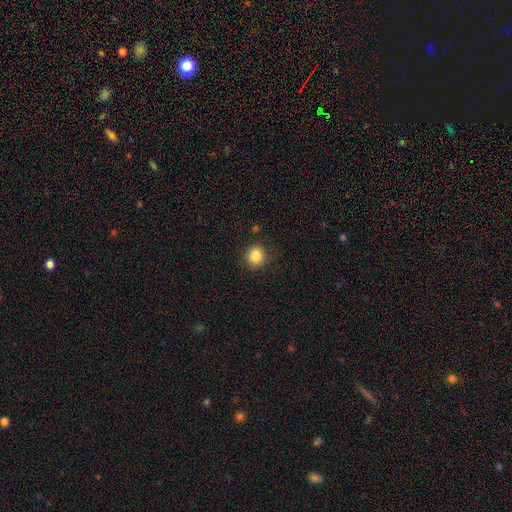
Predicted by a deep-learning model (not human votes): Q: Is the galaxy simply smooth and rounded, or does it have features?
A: smooth — 86%.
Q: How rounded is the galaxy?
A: round — 83%.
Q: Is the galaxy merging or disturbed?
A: none — 87%.